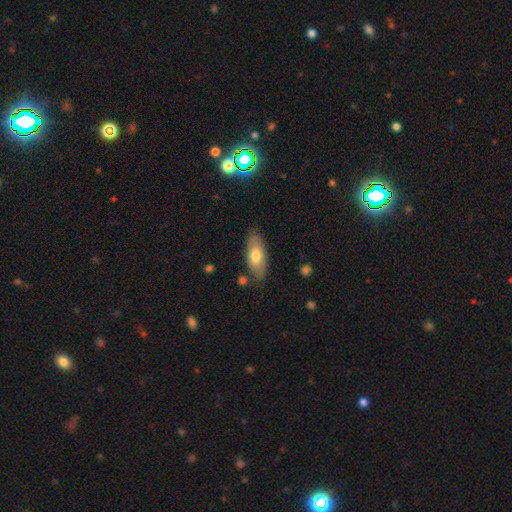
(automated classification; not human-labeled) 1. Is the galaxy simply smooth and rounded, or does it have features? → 71% smooth, 23% featured or disk, 6% star or artifact.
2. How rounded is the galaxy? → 85% in between, 13% cigar-shaped, 3% round.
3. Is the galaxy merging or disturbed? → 80% none, 15% minor disturbance, 3% major disturbance, 3% merger.